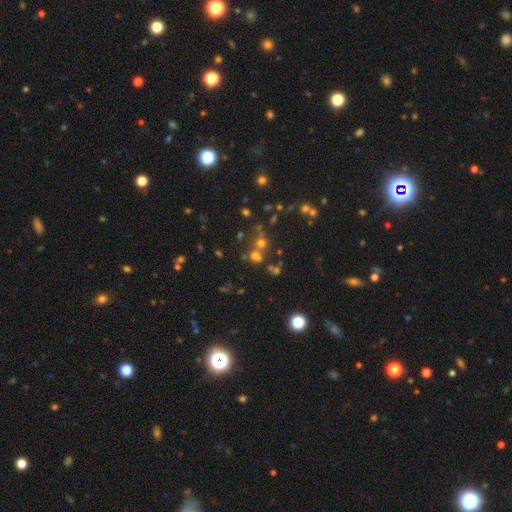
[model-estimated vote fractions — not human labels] smooth 53%, star or artifact 34%, featured or disk 13%. Down the decision tree: how rounded — round (82%); merging — none (54%).